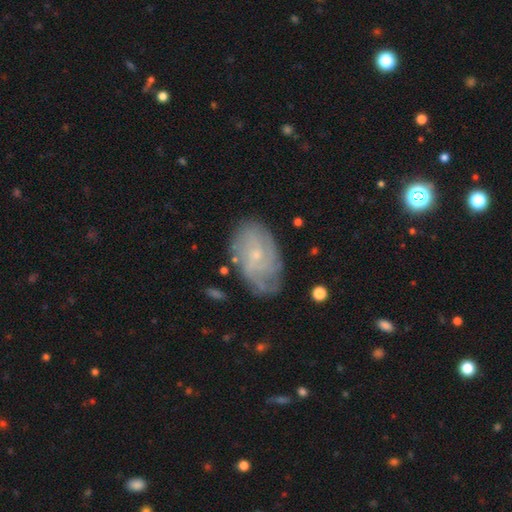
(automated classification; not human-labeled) Smooth or featured: featured or disk — 70% (smooth — 22%)
Edge-on disk: no — 96% (yes — 4%)
Bar: no — 67% (weak — 29%)
Spiral arms: yes — 86% (no — 14%)
Spiral winding: tight — 51% (medium — 34%)
Spiral arm count: can't tell — 48% (2 — 14%)
Bulge size: small — 77% (moderate — 17%)
Merging: none — 70% (minor disturbance — 21%)